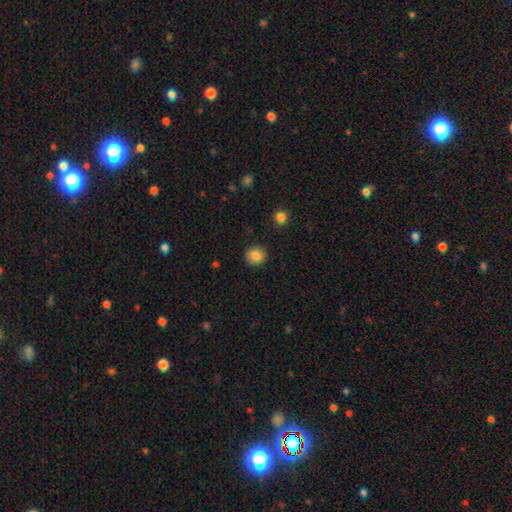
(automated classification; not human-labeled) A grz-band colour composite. It shows a smooth galaxy with no disk features (86%) that is round (86%). Merging: none (89%).